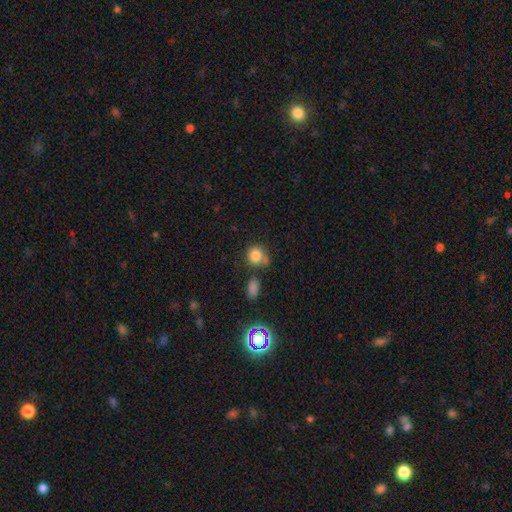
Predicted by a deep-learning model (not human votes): Smooth or featured? Predicted: smooth (p=0.82). How rounded? Predicted: round (p=0.79). Merging? Predicted: none (p=0.58).